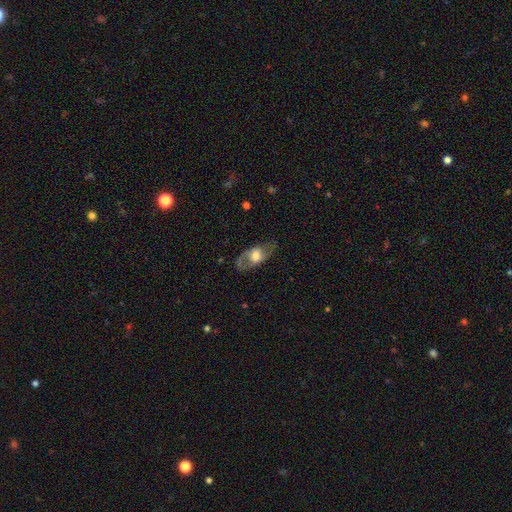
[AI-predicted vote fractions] featured or disk 58%, smooth 35%, star or artifact 7%. Down the decision tree: edge-on disk — no (81%); merging — none (73%).